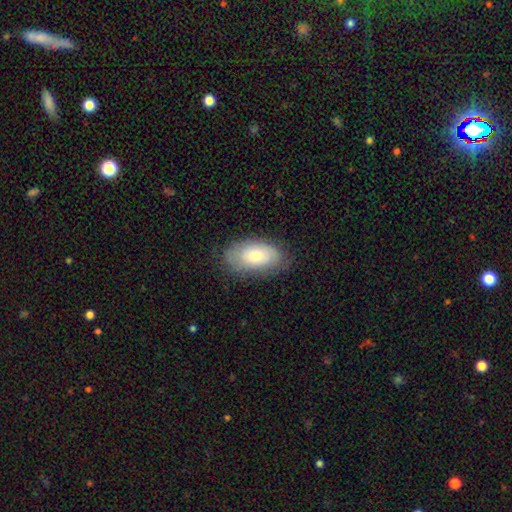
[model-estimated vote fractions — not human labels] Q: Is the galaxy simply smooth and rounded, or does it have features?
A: smooth — 67%.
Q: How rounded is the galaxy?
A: in between — 93%.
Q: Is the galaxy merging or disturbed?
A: none — 77%.